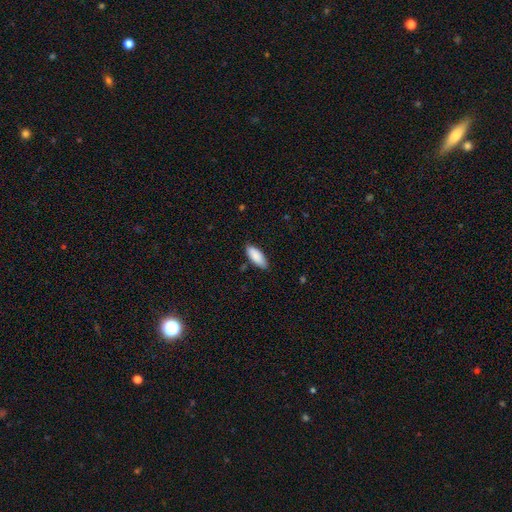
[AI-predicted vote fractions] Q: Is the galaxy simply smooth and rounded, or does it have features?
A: smooth — 89%.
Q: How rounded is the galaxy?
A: in between — 80%.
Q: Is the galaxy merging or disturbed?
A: none — 82%.